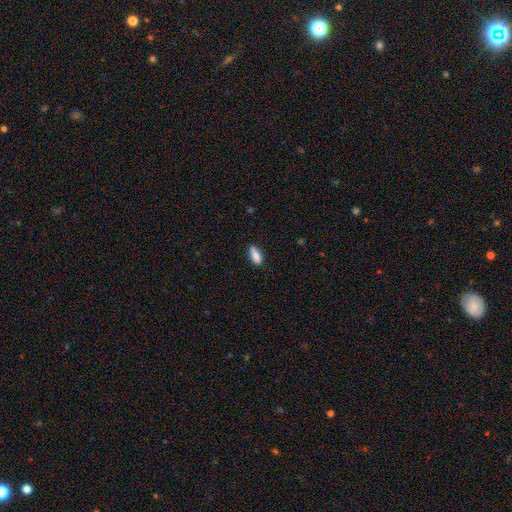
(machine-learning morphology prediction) Overall: smooth (86%). How rounded: in between (70%). Merging: none (81%).